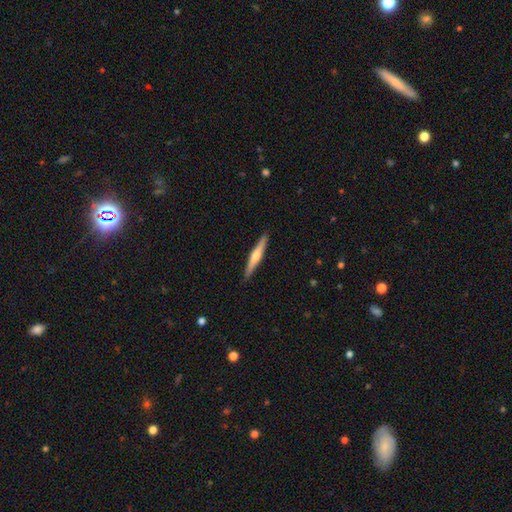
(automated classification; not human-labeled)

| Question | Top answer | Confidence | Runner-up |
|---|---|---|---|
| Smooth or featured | featured or disk | 60% | smooth (35%) |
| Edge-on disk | yes | 97% | no (3%) |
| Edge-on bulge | rounded | 85% | none (9%) |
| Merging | none | 91% | minor disturbance (7%) |